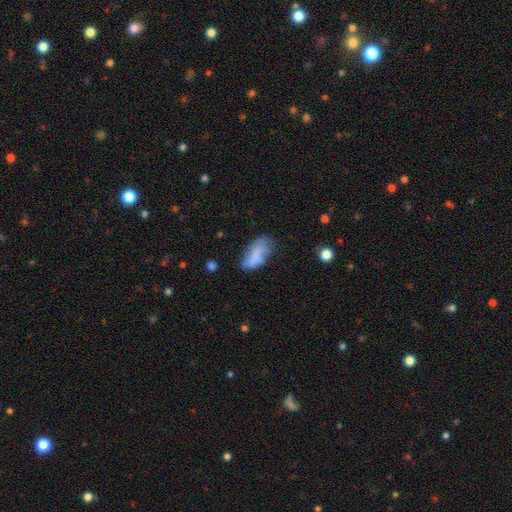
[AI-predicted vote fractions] Smooth or featured: smooth — 68% (featured or disk — 23%)
How rounded: in between — 88% (cigar-shaped — 9%)
Merging: none — 39% (minor disturbance — 33%)